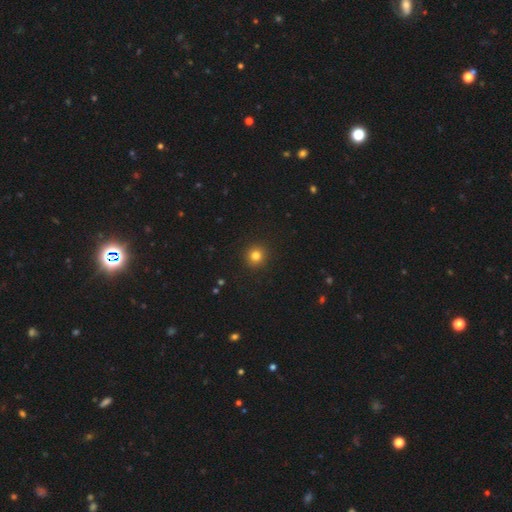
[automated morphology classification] This is clearly a smooth galaxy (82%). How rounded: clearly round (94%). Merging: clearly none (93%).